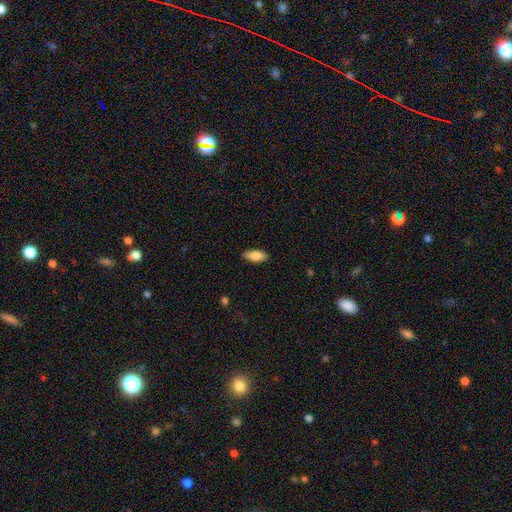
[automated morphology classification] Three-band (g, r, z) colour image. It shows a smooth galaxy with no disk features (85%) that is in between round and cigar-shaped (85%). Merging: none (88%).